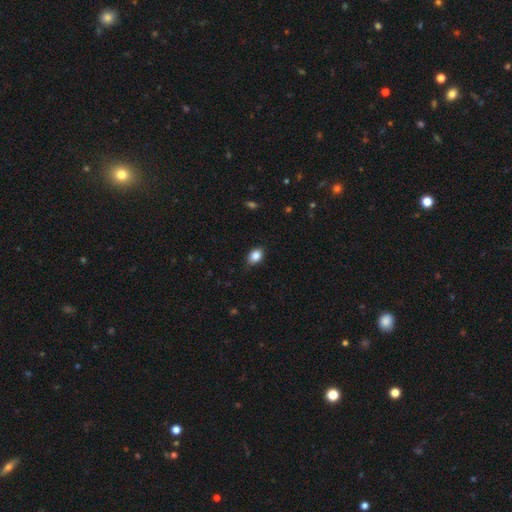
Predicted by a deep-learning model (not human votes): Smooth or featured? smooth (86%)
How rounded? in between (73%)
Merging? none (77%)